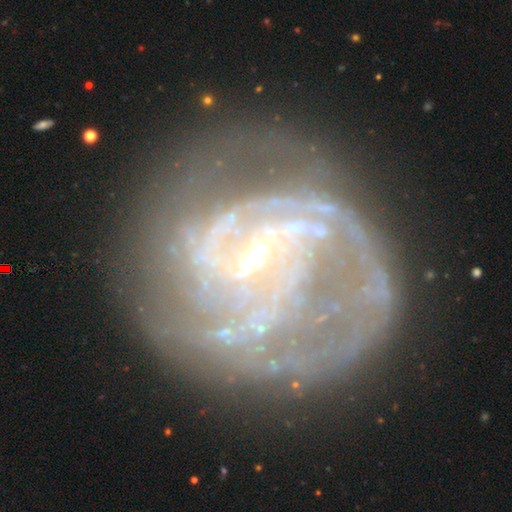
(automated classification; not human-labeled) smooth-or-featured: featured or disk: 85% | smooth: 8% | star or artifact: 8%
  disk-edge-on: no: 98% | yes: 2%
    bar: weak: 47% | strong: 30% | no: 23%
    has-spiral-arms: yes: 90% | no: 10%
      spiral-winding: tight: 47% | medium: 38% | loose: 15%
      spiral-arm-count: 2: 34% | can't tell: 30% | 3: 14% | 1: 9% | 4: 8% | more than 4: 6%
    bulge-size: small: 75% | moderate: 12% | none: 10% | large: 2% | dominant: 1%
  merging: none: 62% | minor disturbance: 18% | major disturbance: 17% | merger: 3%